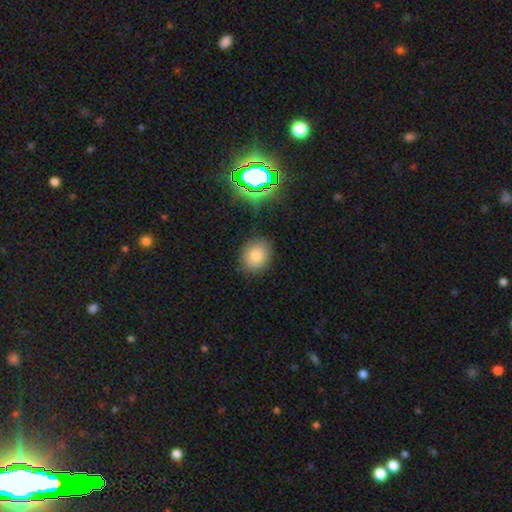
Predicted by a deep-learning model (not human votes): This is likely a smooth galaxy (78%). How rounded: likely round (62%). Merging: clearly none (86%).